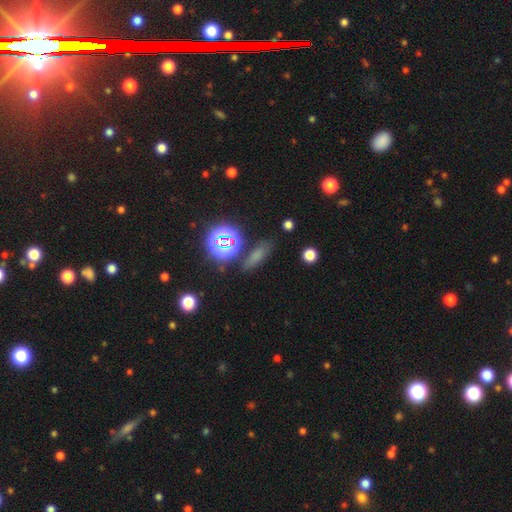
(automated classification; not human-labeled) Overall: smooth (61%; star or artifact 27%). How rounded: in between (45%; cigar-shaped 43%). Merging: none (76%).